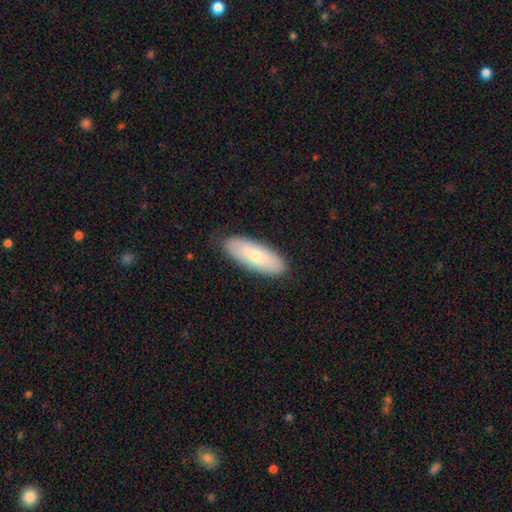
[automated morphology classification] This appears to be a smooth galaxy with no disk features (74%) that is in between round and cigar-shaped (70%). Merging: none (85%).